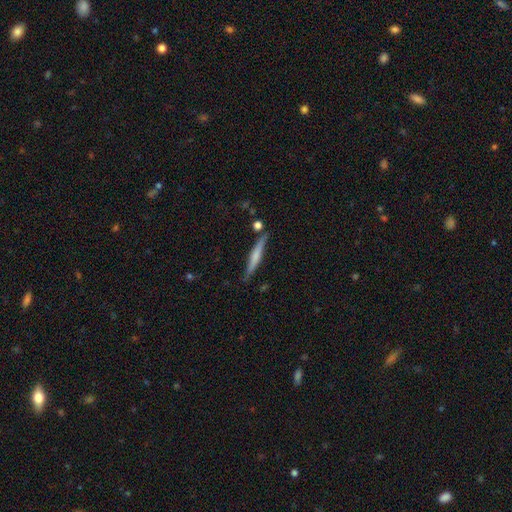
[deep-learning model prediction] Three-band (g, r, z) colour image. It shows a smooth galaxy with no disk features (50%). Merging: none (79%).